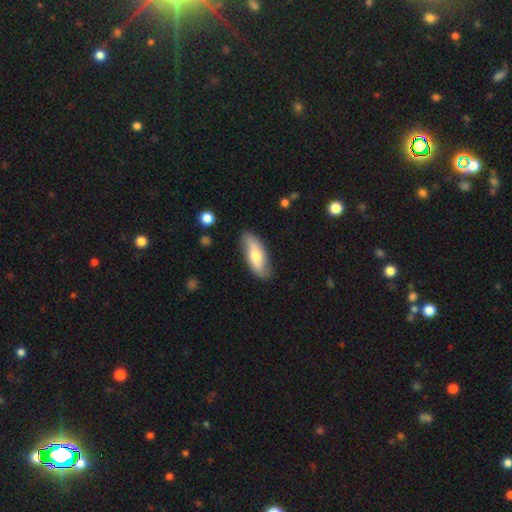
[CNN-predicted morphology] Smooth or featured? Predicted: smooth (p=0.61). How rounded? Predicted: in between (p=0.72). Merging? Predicted: none (p=0.81).